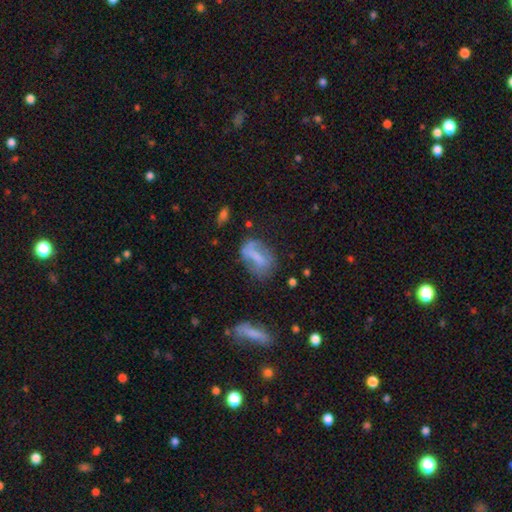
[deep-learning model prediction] Smooth or featured: smooth — 53% (featured or disk — 37%)
How rounded: in between — 78% (cigar-shaped — 12%)
Merging: none — 50% (minor disturbance — 27%)